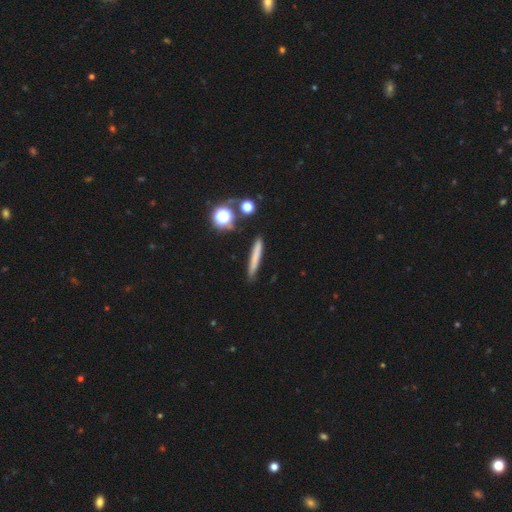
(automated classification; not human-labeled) A smooth galaxy with no disk features (68%) that is cigar-shaped (93%).

Vote fractions:
- Smooth or featured? smooth: 68% / featured or disk: 21% / star or artifact: 10%
- How rounded? cigar-shaped: 93% / in between: 4% / round: 3%
- Merging? none: 85% / minor disturbance: 10% / merger: 3% / major disturbance: 3%